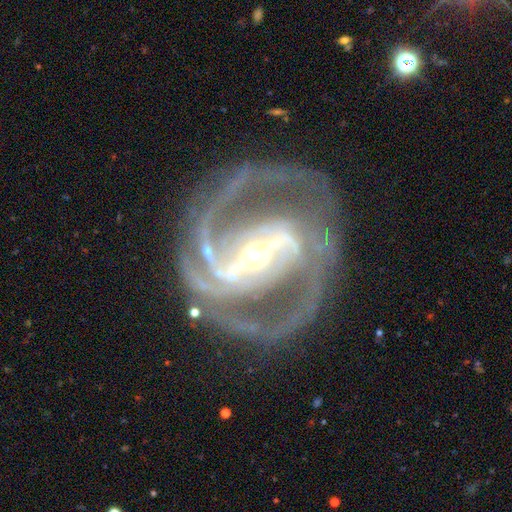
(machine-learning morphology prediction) Smooth or featured? Predicted: featured or disk (p=0.93). Edge-on disk? Predicted: no (p=0.96). Bar? Predicted: strong (p=0.76). Spiral arms? Predicted: yes (p=0.98). Spiral winding? Predicted: medium (p=0.52). Spiral arm count? Predicted: 2 (p=0.60). Bulge size? Predicted: moderate (p=0.49). Merging? Predicted: none (p=0.75).